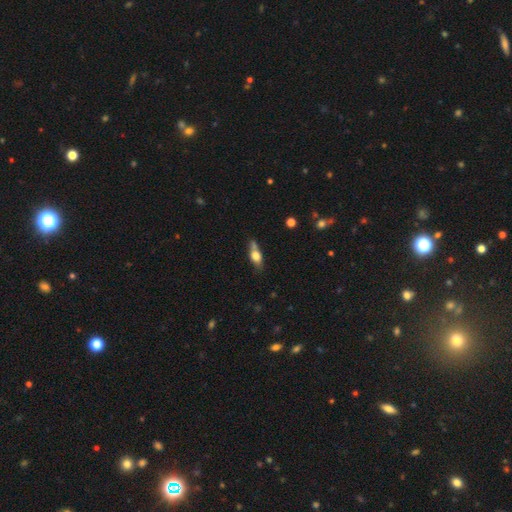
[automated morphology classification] This is likely a smooth galaxy (67%). How rounded: likely in between (71%). Merging: possibly none (50%).